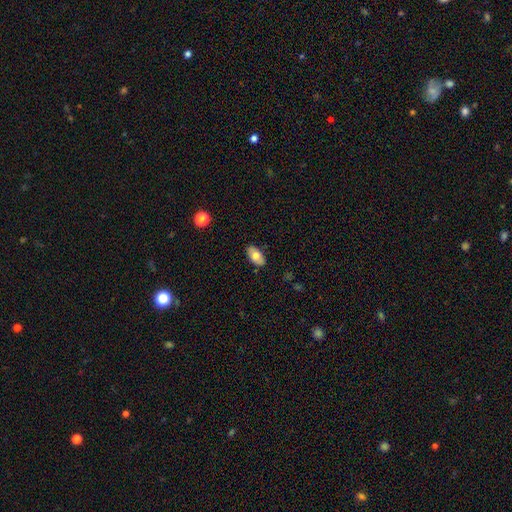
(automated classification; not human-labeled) Smooth or featured?
  - smooth: 73% *
  - featured or disk: 20%
  - star or artifact: 7%
How rounded?
  - in between: 93% *
  - round: 4%
  - cigar-shaped: 3%
Merging?
  - none: 85% *
  - minor disturbance: 12%
  - major disturbance: 2%
  - merger: 1%